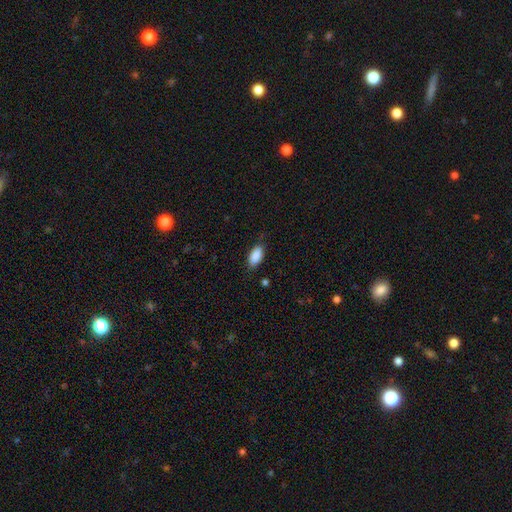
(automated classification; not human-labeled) smooth_or_featured: smooth (p=0.88) [alt: star or artifact p=0.07]
how_rounded: in between (p=0.92) [alt: cigar-shaped p=0.05]
merging: none (p=0.79) [alt: minor disturbance p=0.16]